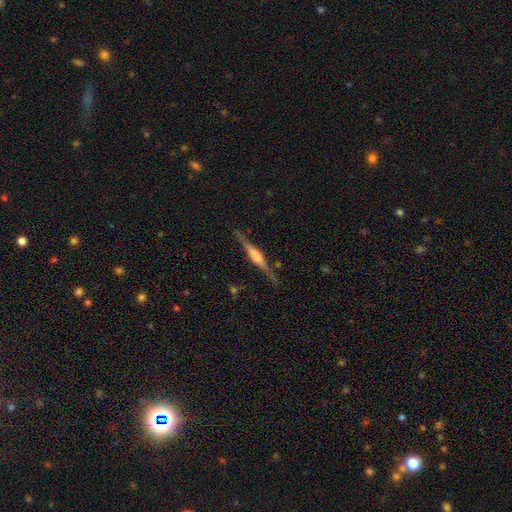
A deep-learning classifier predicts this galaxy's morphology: This appears to be a featured or disk galaxy (77%) viewed edge-on (97%) with a rounded central bulge (53%). Merging: none (85%).